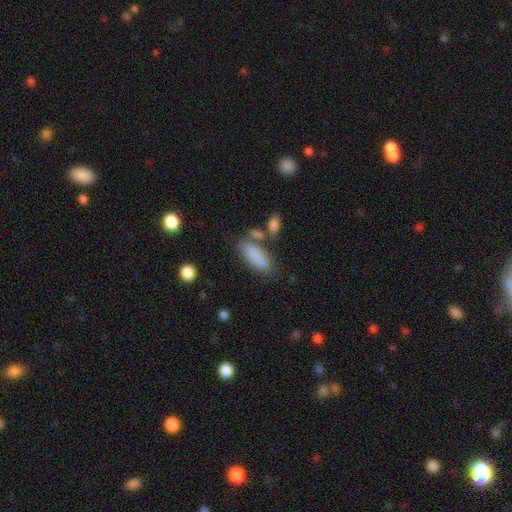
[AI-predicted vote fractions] Smooth or featured? Predicted: smooth (p=0.85). How rounded? Predicted: in between (p=0.74). Merging? Predicted: none (p=0.64).